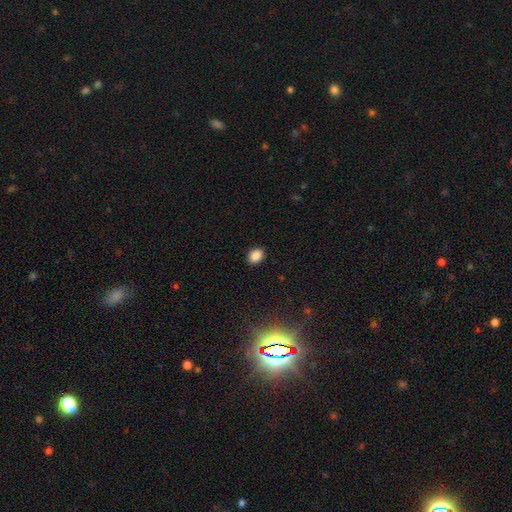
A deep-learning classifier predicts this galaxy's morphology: A smooth galaxy with no disk features (87%) that is in between round and cigar-shaped (63%). Merging: none (90%).